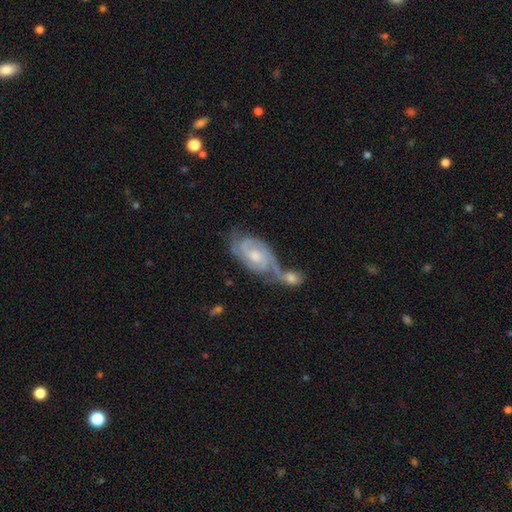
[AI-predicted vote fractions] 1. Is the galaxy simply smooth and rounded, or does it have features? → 82% featured or disk, 12% smooth, 5% star or artifact.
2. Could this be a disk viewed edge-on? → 95% no, 5% yes.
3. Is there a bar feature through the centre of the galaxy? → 51% no, 41% weak, 8% strong.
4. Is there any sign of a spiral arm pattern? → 95% yes, 5% no.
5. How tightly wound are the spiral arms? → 56% tight, 35% medium, 9% loose.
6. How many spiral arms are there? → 69% 2, 16% can't tell, 8% 3, 3% 1, 2% 4, 2% more than 4.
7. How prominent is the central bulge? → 59% moderate, 31% small, 6% large, 4% none, 1% dominant.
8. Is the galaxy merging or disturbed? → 45% merger, 33% none, 14% minor disturbance, 8% major disturbance.